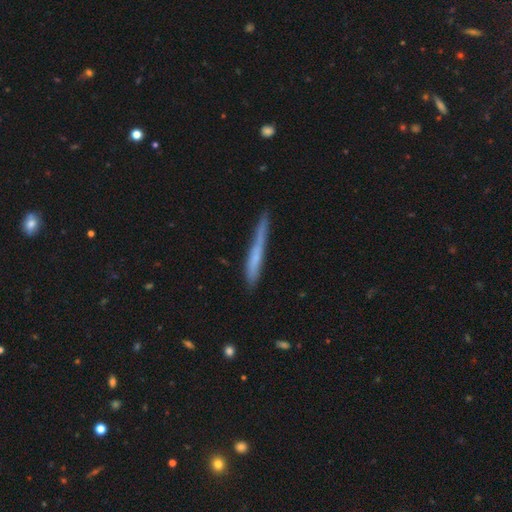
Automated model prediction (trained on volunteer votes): Overall: smooth (57%; featured or disk 36%). How rounded: cigar-shaped (96%). Merging: none (71%).